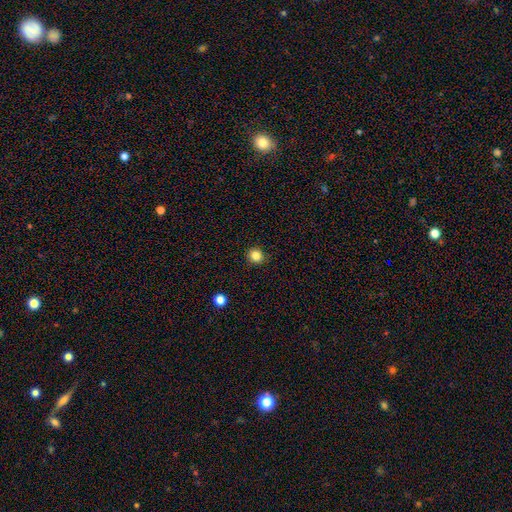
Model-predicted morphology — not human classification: A smooth galaxy with no disk features (84%) that is round (88%). Merging: none (91%).